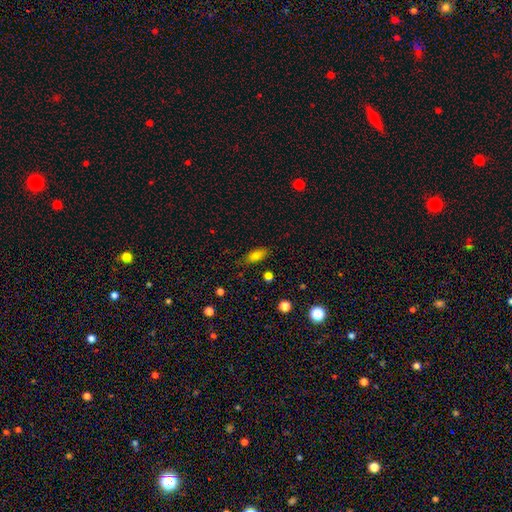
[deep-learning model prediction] smooth 78%, star or artifact 11%, featured or disk 10%. Down the decision tree: how rounded — in between (77%); merging — none (75%).